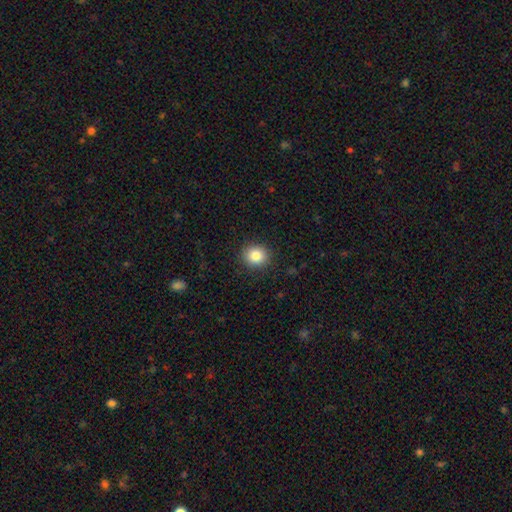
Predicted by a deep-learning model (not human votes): Morphology: type=smooth (84%); roundness=round (81%); merging=none (90%).